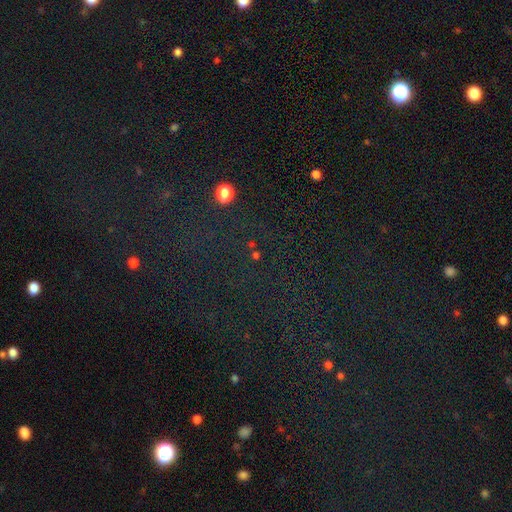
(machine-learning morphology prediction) The model was most divided on "smooth or featured": star or artifact: 68%, smooth: 24%, featured or disk: 8%.